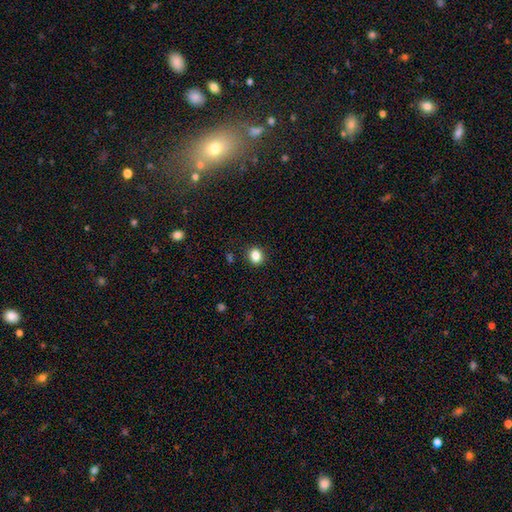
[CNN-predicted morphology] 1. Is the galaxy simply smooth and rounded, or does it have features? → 84% smooth, 11% star or artifact, 4% featured or disk.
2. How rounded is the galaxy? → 66% round, 33% in between, 1% cigar-shaped.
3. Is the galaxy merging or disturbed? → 89% none, 7% minor disturbance, 2% major disturbance, 1% merger.